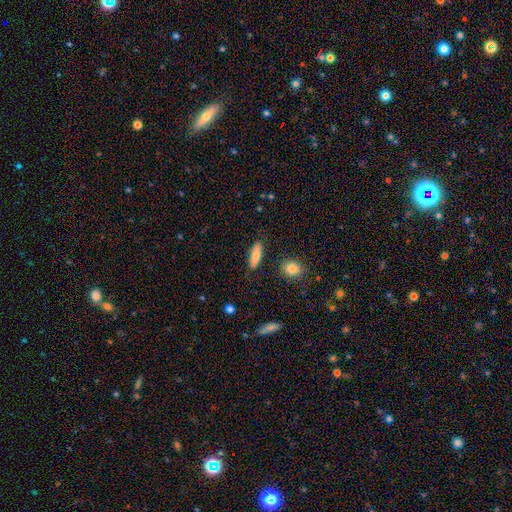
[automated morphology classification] smooth-or-featured: smooth: 82% | featured or disk: 11% | star or artifact: 7%
  how-rounded: in between: 55% | cigar-shaped: 42% | round: 3%
  merging: none: 86% | minor disturbance: 9% | merger: 2% | major disturbance: 2%